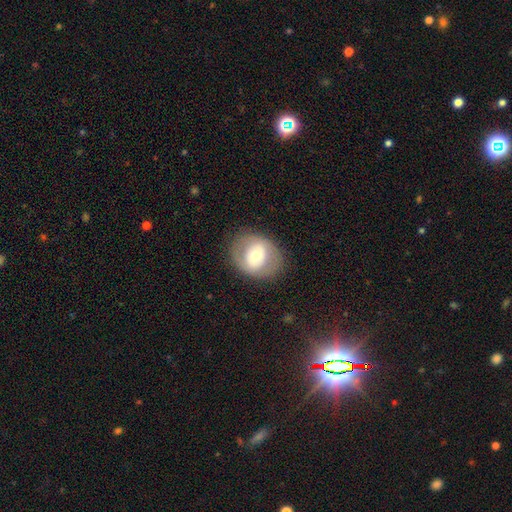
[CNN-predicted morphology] Overall: smooth (51%; featured or disk 41%). How rounded: round (60%; in between 39%). Merging: none (81%).